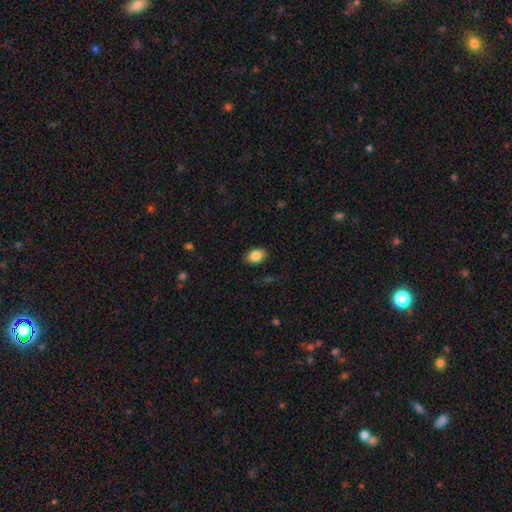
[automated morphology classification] This appears to be a smooth galaxy with no disk features (86%) that is in between round and cigar-shaped (81%). Merging: none (87%).